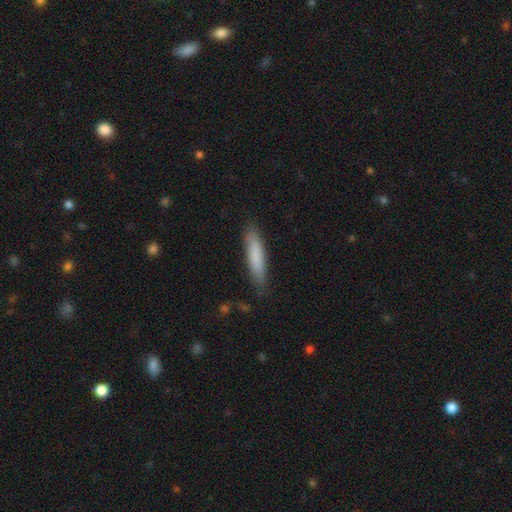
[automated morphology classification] Smooth or featured: smooth — 81% (featured or disk — 13%)
How rounded: cigar-shaped — 83% (in between — 15%)
Merging: none — 84% (minor disturbance — 13%)